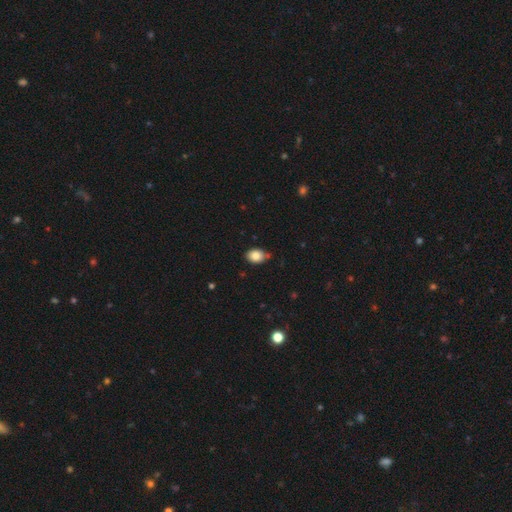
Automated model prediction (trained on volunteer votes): The model was most divided on "how rounded": in between: 64%, round: 34%, cigar-shaped: 1%. More confident: smooth or featured — smooth (85%); merging — none (75%).